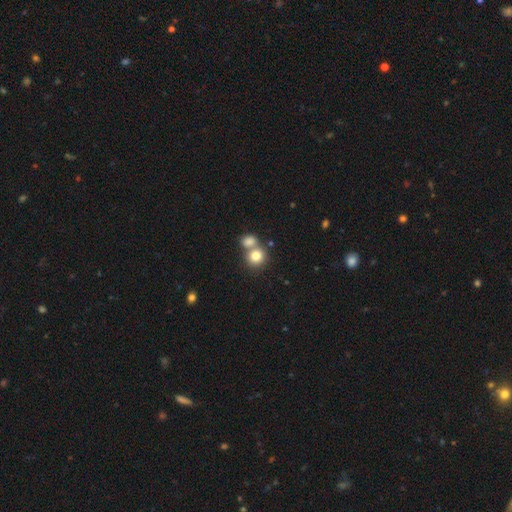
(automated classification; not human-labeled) Smooth or featured: smooth — 80% (star or artifact — 10%)
How rounded: round — 81% (in between — 18%)
Merging: merger — 46% (none — 44%)